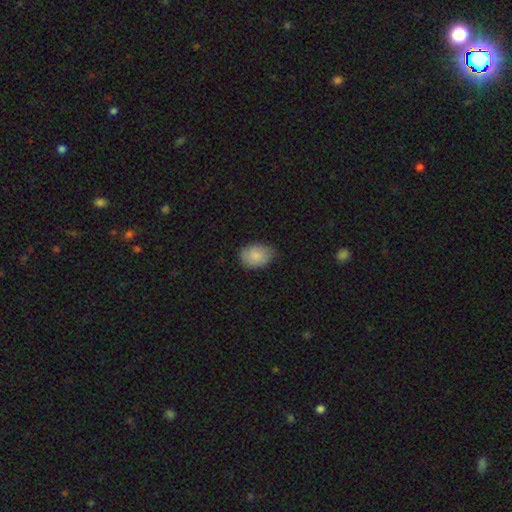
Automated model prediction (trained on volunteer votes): Smooth or featured?
  - smooth: 82% *
  - featured or disk: 11%
  - star or artifact: 7%
How rounded?
  - in between: 73% *
  - round: 26%
  - cigar-shaped: 1%
Merging?
  - none: 73% *
  - minor disturbance: 22%
  - major disturbance: 4%
  - merger: 1%